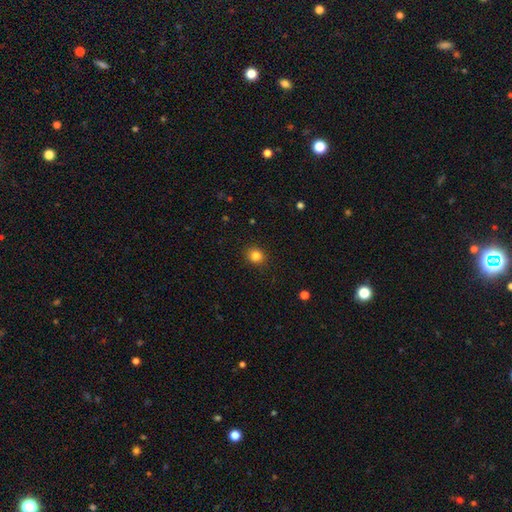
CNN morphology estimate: Q: Smooth or featured?
A: smooth (84%); runner-up: star or artifact (12%)
Q: How rounded?
A: round (81%); runner-up: in between (18%)
Q: Merging?
A: none (89%); runner-up: minor disturbance (8%)